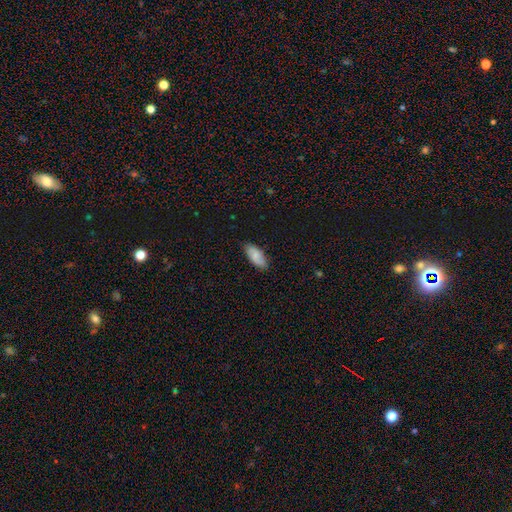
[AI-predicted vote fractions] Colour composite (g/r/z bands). It shows a smooth galaxy with no disk features (75%) that is in between round and cigar-shaped (89%). Merging: none (81%).